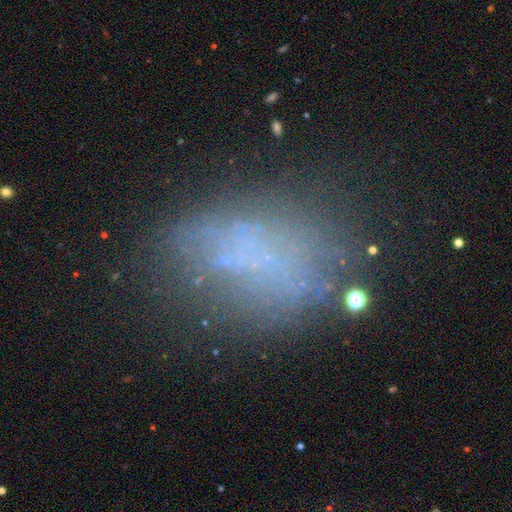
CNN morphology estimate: Q: Smooth or featured?
A: smooth (44%); runner-up: featured or disk (35%)
Q: Merging?
A: none (53%); runner-up: minor disturbance (21%)